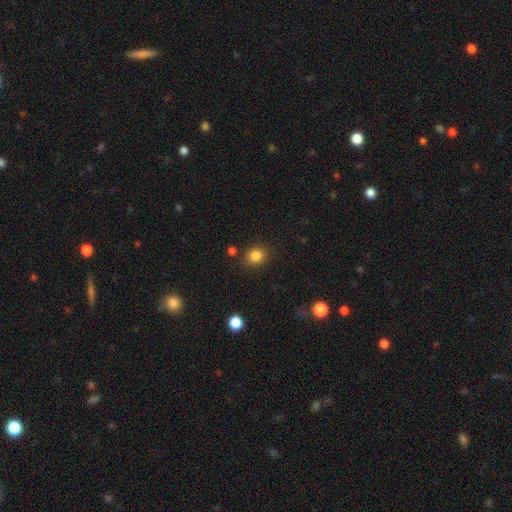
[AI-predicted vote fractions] The model was most divided on "how rounded": round: 79%, in between: 20%, cigar-shaped: 1%. More confident: merging — none (84%); smooth or featured — smooth (84%).